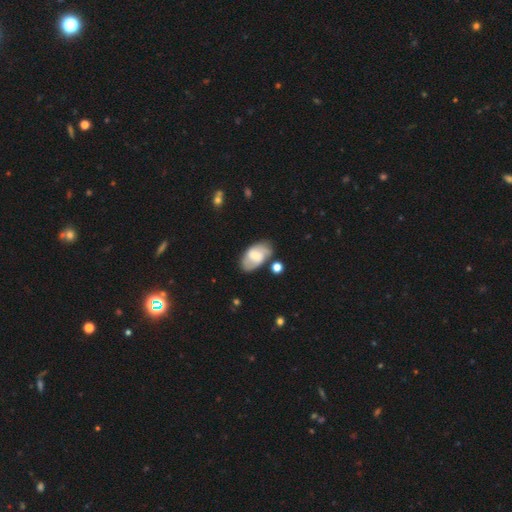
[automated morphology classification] featured or disk 51%, smooth 42%, star or artifact 7%. Down the decision tree: edge-on disk — no (94%); merging — none (66%).